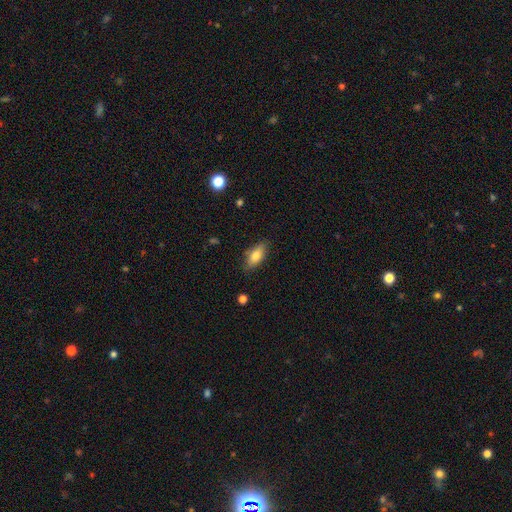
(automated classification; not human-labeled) A smooth galaxy with no disk features (75%) that is in between round and cigar-shaped (81%).

Vote fractions:
- Smooth or featured? smooth: 75% / featured or disk: 18% / star or artifact: 7%
- How rounded? in between: 81% / cigar-shaped: 15% / round: 4%
- Merging? none: 83% / minor disturbance: 13% / major disturbance: 3% / merger: 1%